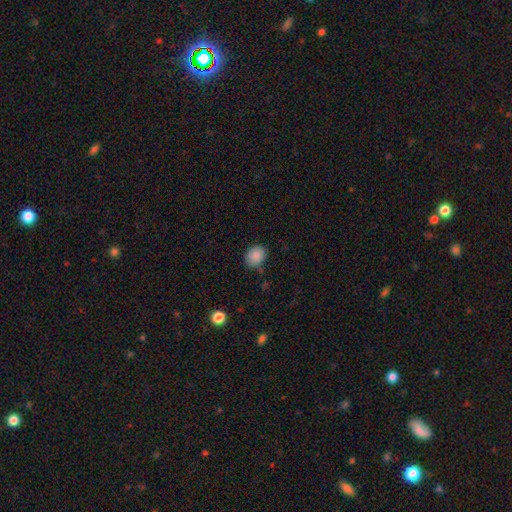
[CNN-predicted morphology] This appears to be a smooth galaxy with no disk features (87%) that is round (55%). Merging: none (76%).